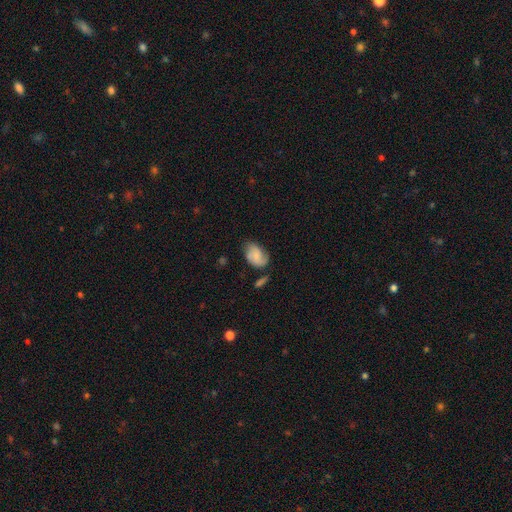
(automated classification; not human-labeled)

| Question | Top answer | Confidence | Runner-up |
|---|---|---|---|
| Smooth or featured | smooth | 47% | featured or disk (46%) |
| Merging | none | 58% | minor disturbance (28%) |